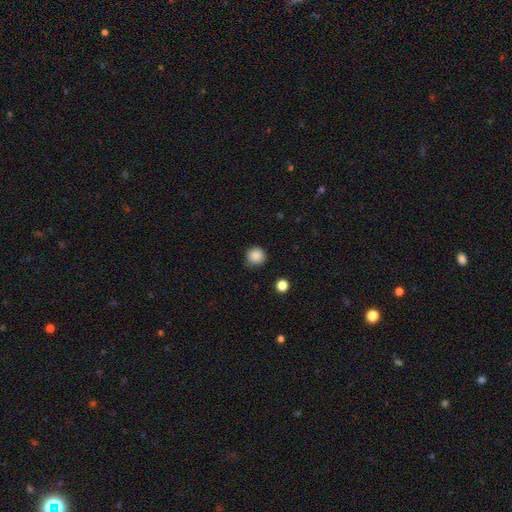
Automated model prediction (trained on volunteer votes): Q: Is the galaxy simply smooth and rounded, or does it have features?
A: smooth — 88%.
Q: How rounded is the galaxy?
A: round — 93%.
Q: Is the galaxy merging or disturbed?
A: none — 86%.